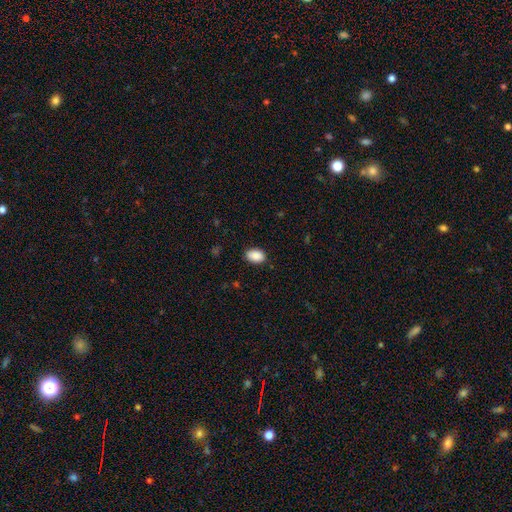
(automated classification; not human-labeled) Overall: smooth (90%). How rounded: in between (87%). Merging: none (86%).